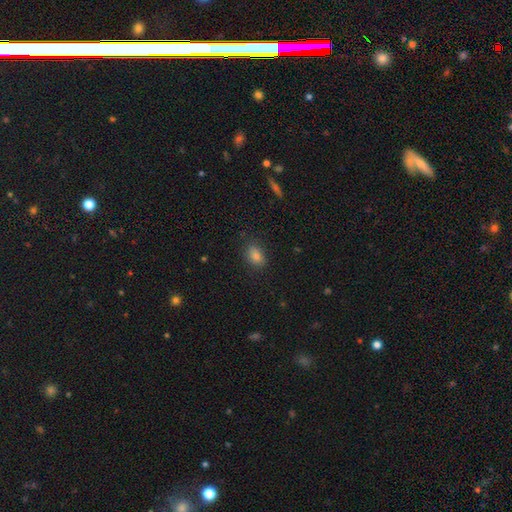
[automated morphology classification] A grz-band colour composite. It shows a smooth galaxy with no disk features (79%) that is in between round and cigar-shaped (78%). Merging: none (83%).